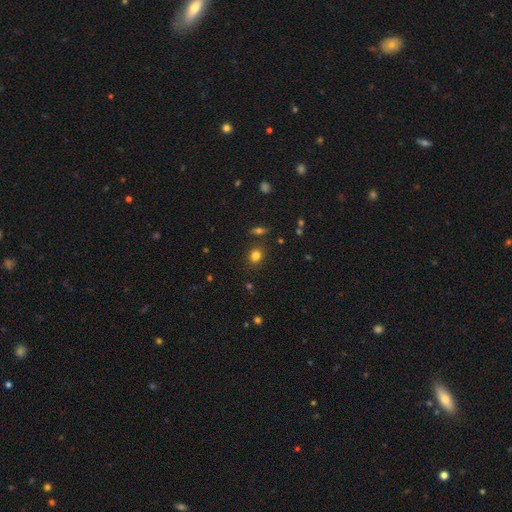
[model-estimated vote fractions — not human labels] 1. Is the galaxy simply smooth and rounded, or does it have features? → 80% smooth, 13% star or artifact, 7% featured or disk.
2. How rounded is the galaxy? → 73% round, 26% in between, 1% cigar-shaped.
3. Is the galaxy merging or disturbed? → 85% none, 9% minor disturbance, 4% merger, 3% major disturbance.